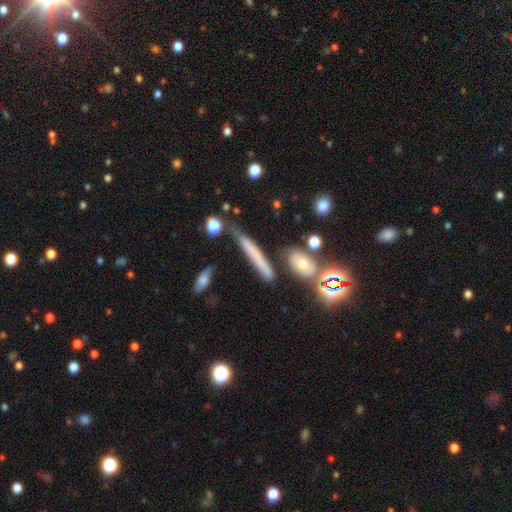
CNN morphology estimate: This appears to be a smooth galaxy with no disk features (53%) that is cigar-shaped (88%). Merging: none (71%).